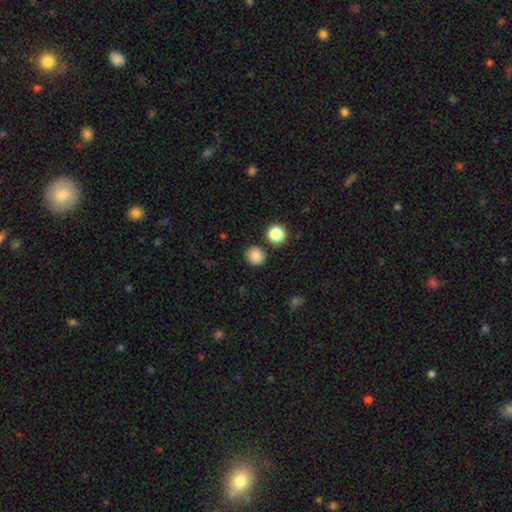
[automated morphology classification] This is clearly a smooth galaxy (84%). How rounded: clearly round (87%). Merging: clearly none (86%).